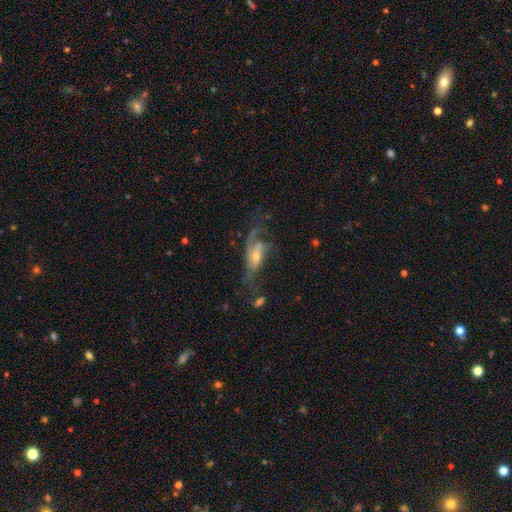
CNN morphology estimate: Smooth or featured: featured or disk — 69% (smooth — 21%)
Edge-on disk: no — 84% (yes — 16%)
Bar: no — 54% (weak — 33%)
Spiral arms: yes — 76% (no — 24%)
Bulge size: small — 47% (moderate — 44%)
Merging: major disturbance — 38% (none — 37%)